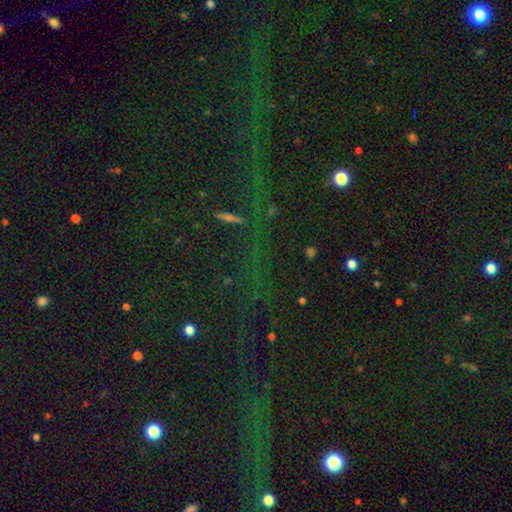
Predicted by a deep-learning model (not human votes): Overall: star or artifact (79%).